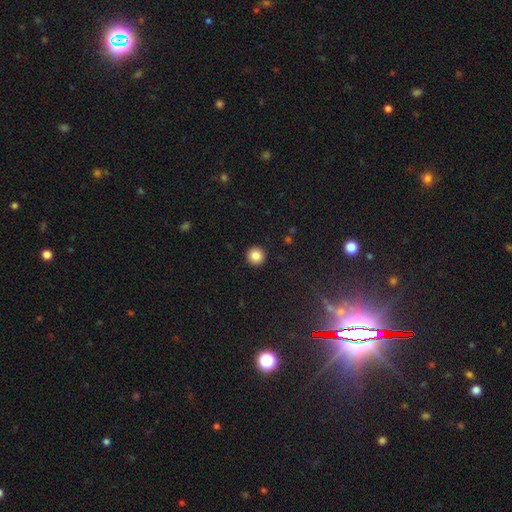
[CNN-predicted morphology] This appears to be a smooth galaxy with no disk features (85%) that is round (95%). Merging: none (93%).